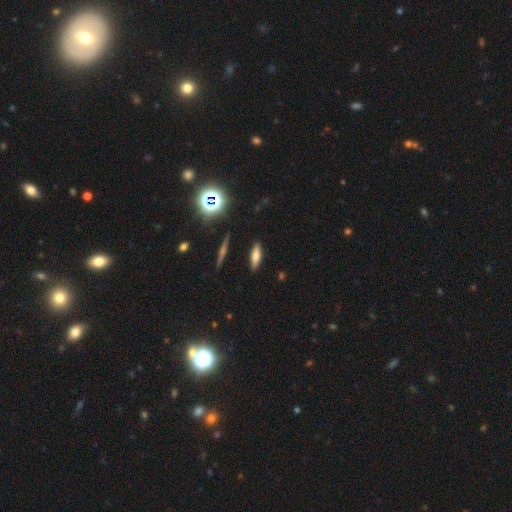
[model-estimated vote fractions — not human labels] Smooth or featured? smooth (68%)
How rounded? cigar-shaped (51%)
Merging? none (87%)